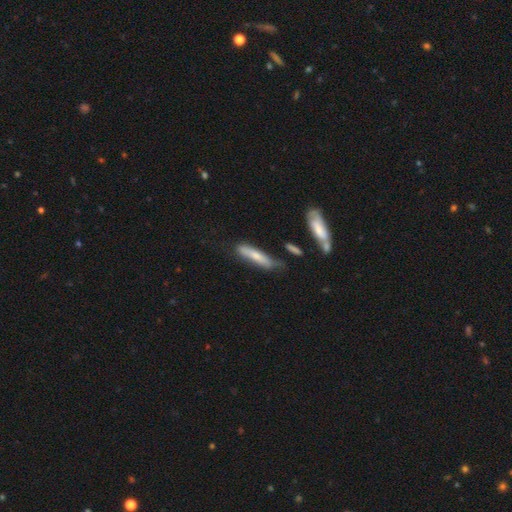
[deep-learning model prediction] smooth-or-featured: smooth: 67% | featured or disk: 27% | star or artifact: 6%
  how-rounded: cigar-shaped: 82% | in between: 17% | round: 2%
  merging: none: 58% | minor disturbance: 27% | major disturbance: 8% | merger: 7%